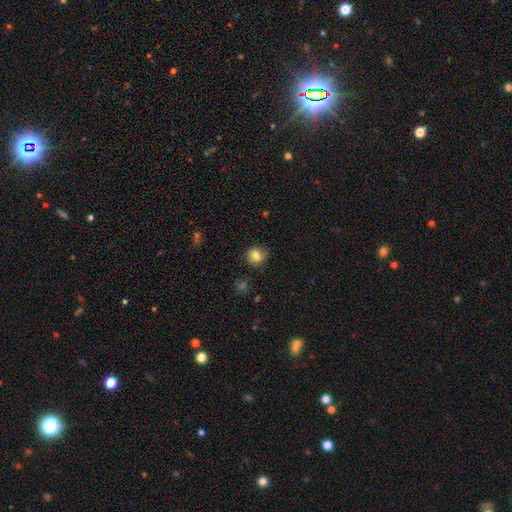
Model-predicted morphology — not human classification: smooth 84%, star or artifact 10%, featured or disk 6%. Down the decision tree: how rounded — round (80%); merging — none (77%).